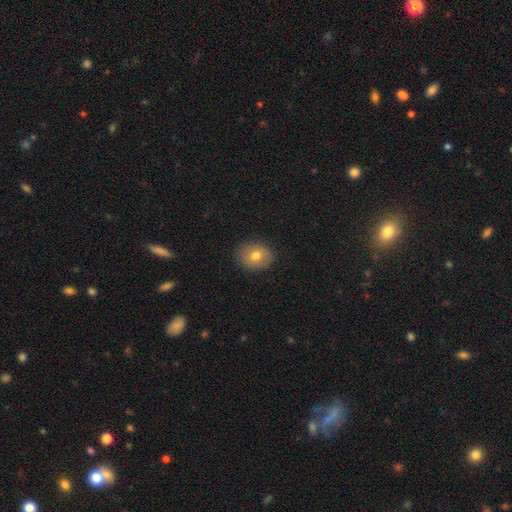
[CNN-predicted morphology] type=smooth (73%); roundness=in between (51%); merging=none (85%).